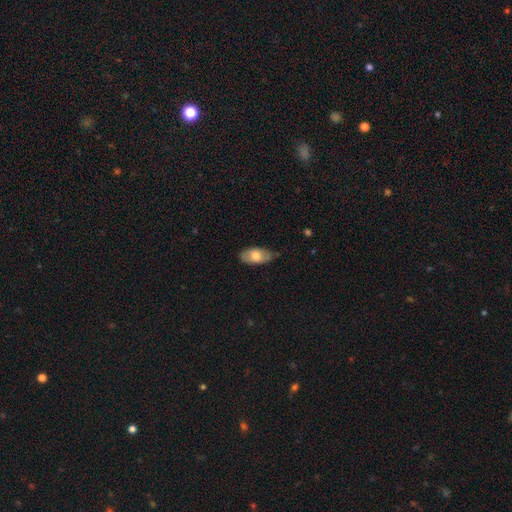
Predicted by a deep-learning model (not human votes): smooth_or_featured: smooth (p=0.65) [alt: featured or disk p=0.29]
how_rounded: in between (p=0.93) [alt: cigar-shaped p=0.04]
merging: none (p=0.72) [alt: minor disturbance p=0.23]